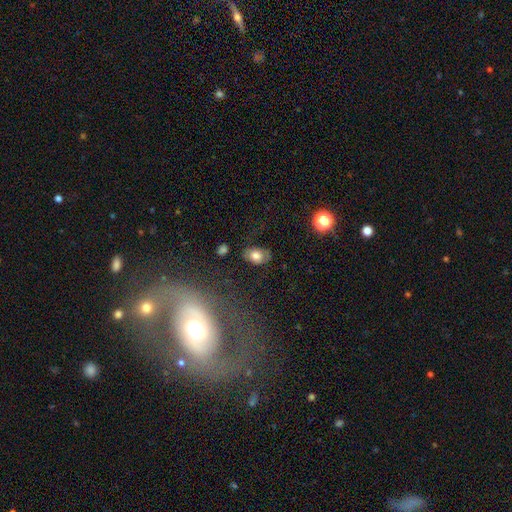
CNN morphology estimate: This appears to be a smooth galaxy with no disk features (70%) that is in between round and cigar-shaped (82%). Merging: none (71%).